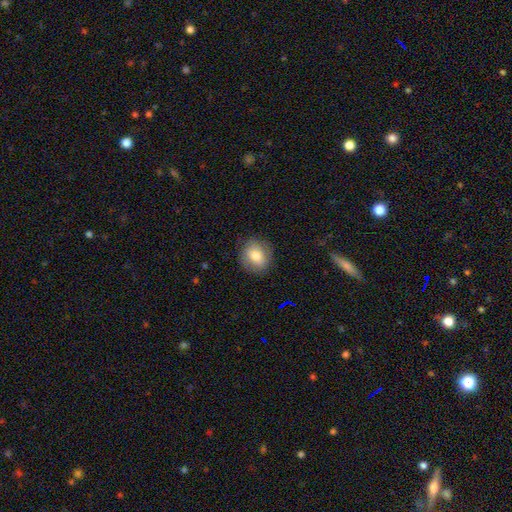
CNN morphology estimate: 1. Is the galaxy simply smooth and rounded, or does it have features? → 77% smooth, 14% featured or disk, 9% star or artifact.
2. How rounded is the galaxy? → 78% round, 21% in between, 1% cigar-shaped.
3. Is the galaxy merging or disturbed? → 84% none, 12% minor disturbance, 3% major disturbance, 1% merger.